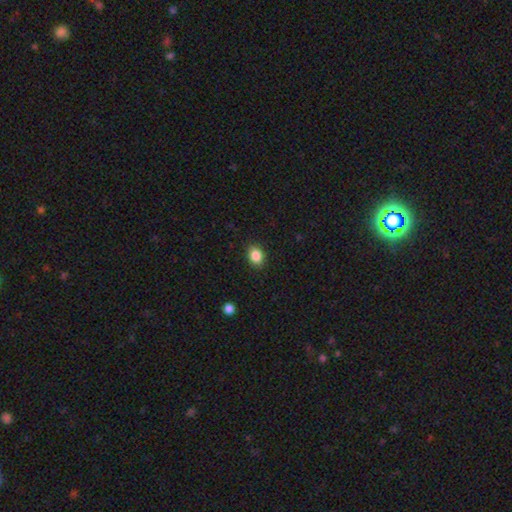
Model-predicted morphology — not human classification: Smooth or featured: smooth — 86% (star or artifact — 9%)
How rounded: in between — 63% (round — 36%)
Merging: none — 88% (minor disturbance — 9%)